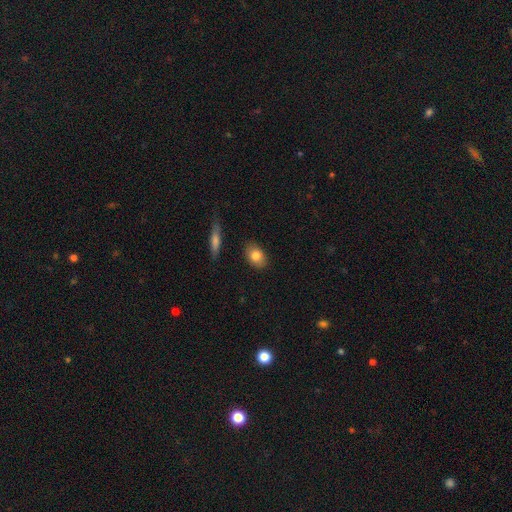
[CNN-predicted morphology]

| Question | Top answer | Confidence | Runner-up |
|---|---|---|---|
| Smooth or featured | smooth | 81% | featured or disk (12%) |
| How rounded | in between | 80% | round (17%) |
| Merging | none | 84% | minor disturbance (11%) |